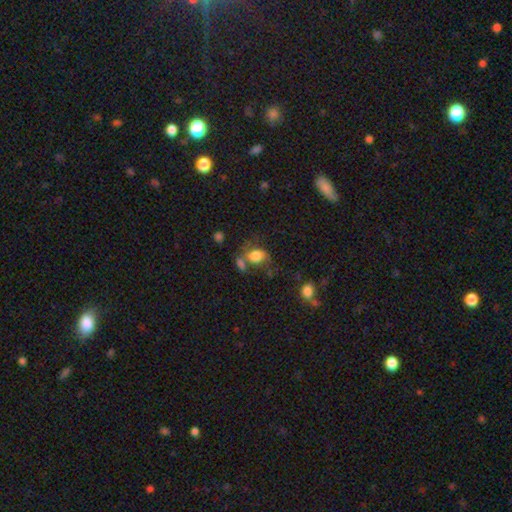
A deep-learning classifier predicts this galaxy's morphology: The model was most divided on "merging": none: 38%, merger: 25%, minor disturbance: 22%, major disturbance: 16%. More confident: smooth or featured — smooth (73%); how rounded — in between (68%).